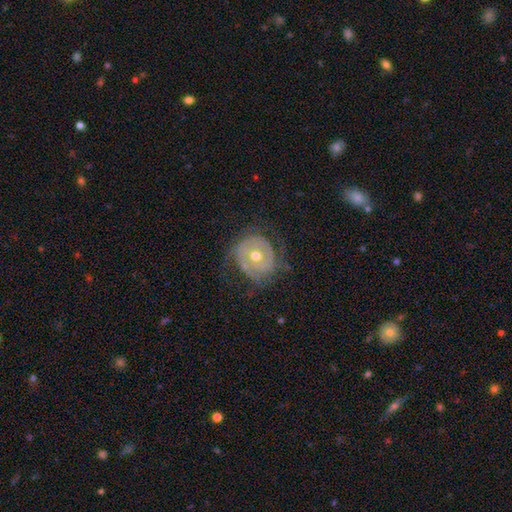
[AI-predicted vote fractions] This is likely a featured or disk galaxy (69%). It is clearly not viewed edge-on (97%). Bar: clearly no (83%). Spiral arm pattern: likely yes (67%). Central bulge: likely moderate (72%). Merging: possibly none (57%).